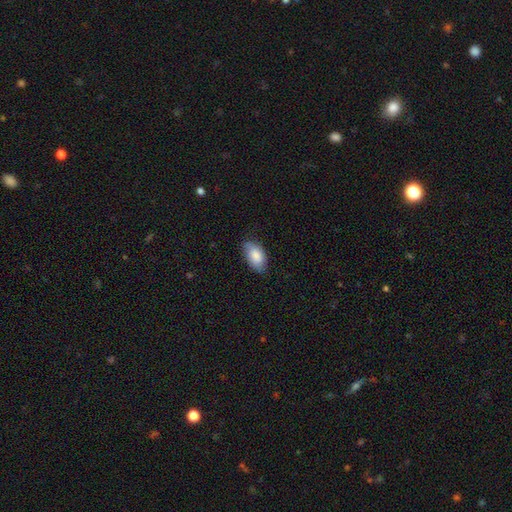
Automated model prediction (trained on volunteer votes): smooth_or_featured: smooth (p=0.81) [alt: featured or disk p=0.13]
how_rounded: in between (p=0.93) [alt: round p=0.05]
merging: none (p=0.68) [alt: minor disturbance p=0.26]